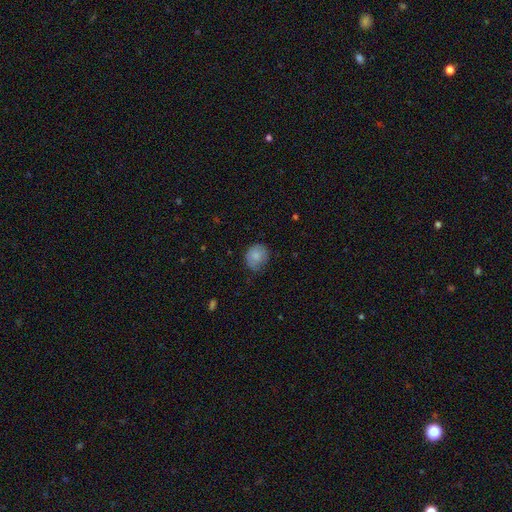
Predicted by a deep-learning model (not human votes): This appears to be a smooth galaxy with no disk features (80%) that is round (70%). Merging: none (65%).